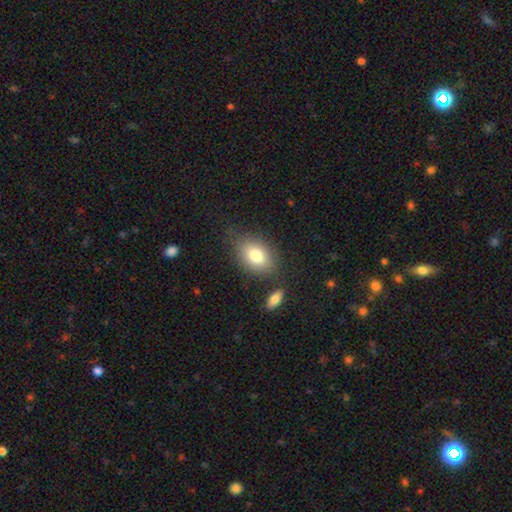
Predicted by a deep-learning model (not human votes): This is clearly a smooth galaxy (80%). How rounded: clearly in between (81%). Merging: likely none (74%).